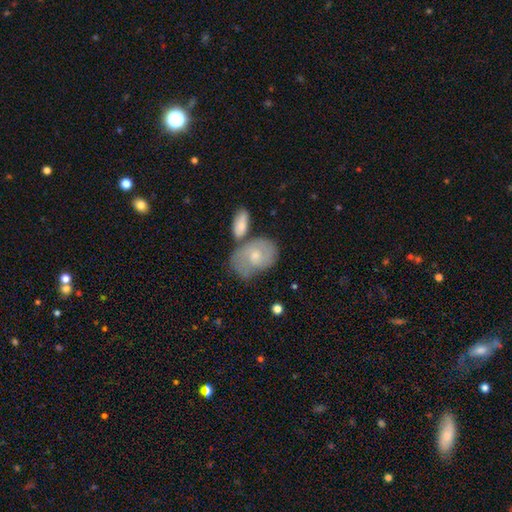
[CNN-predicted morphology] This is possibly a featured or disk galaxy (50%). Merging: marginally none (43%).